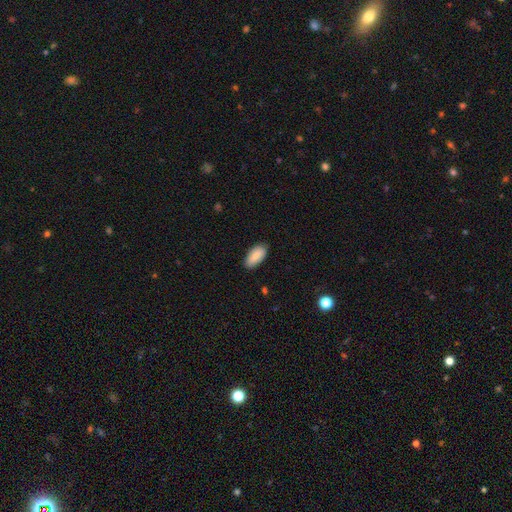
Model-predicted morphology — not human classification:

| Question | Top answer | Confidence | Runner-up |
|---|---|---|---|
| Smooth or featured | smooth | 88% | star or artifact (6%) |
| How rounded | in between | 92% | cigar-shaped (6%) |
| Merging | none | 85% | minor disturbance (12%) |